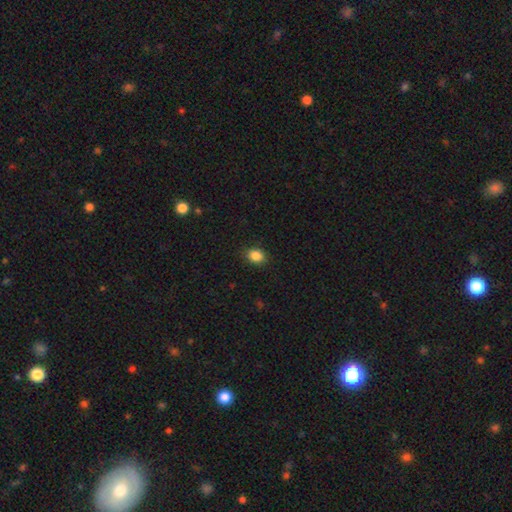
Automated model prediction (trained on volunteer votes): This appears to be a smooth galaxy with no disk features (86%) that is in between round and cigar-shaped (60%). Merging: none (88%).